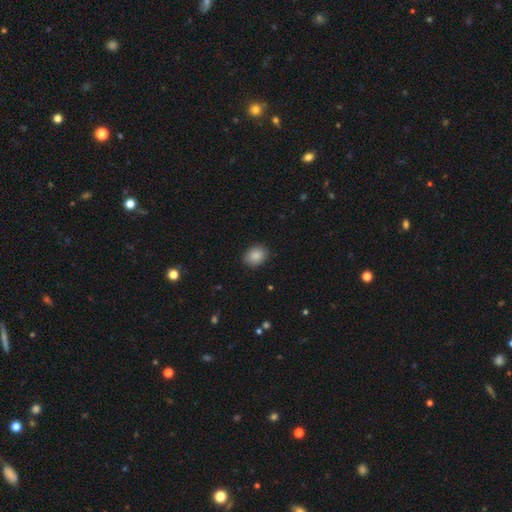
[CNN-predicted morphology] Smooth or featured?
  - smooth: 88% *
  - star or artifact: 8%
  - featured or disk: 4%
How rounded?
  - in between: 62% *
  - round: 37%
  - cigar-shaped: 1%
Merging?
  - none: 87% *
  - minor disturbance: 10%
  - major disturbance: 2%
  - merger: 1%